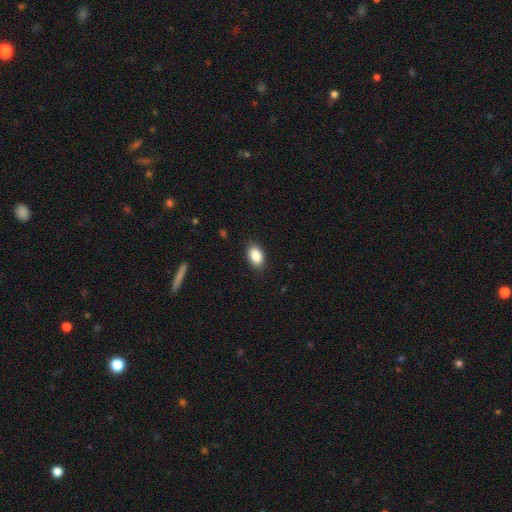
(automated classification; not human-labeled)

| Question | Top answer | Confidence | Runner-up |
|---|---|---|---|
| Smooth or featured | smooth | 88% | star or artifact (7%) |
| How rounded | in between | 89% | round (9%) |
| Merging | none | 87% | minor disturbance (10%) |